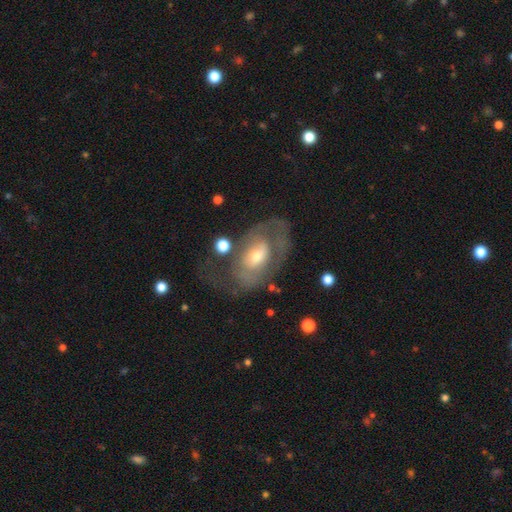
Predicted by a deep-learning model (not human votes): A featured or disk galaxy (68%) with no bar (60%), spiral arms (58%) and a moderate central bulge (52%). Merging: none (46%).